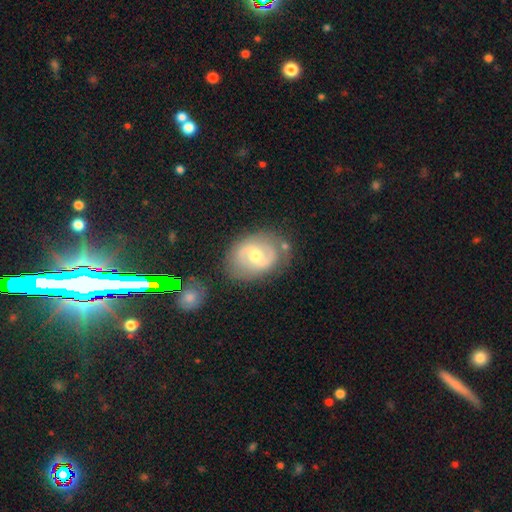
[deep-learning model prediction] This is likely a featured or disk galaxy (67%). It is clearly not viewed edge-on (96%). Bar: possibly weak (49%). Spiral arm pattern: likely yes (71%). Central bulge: likely moderate (70%). Merging: likely none (72%).